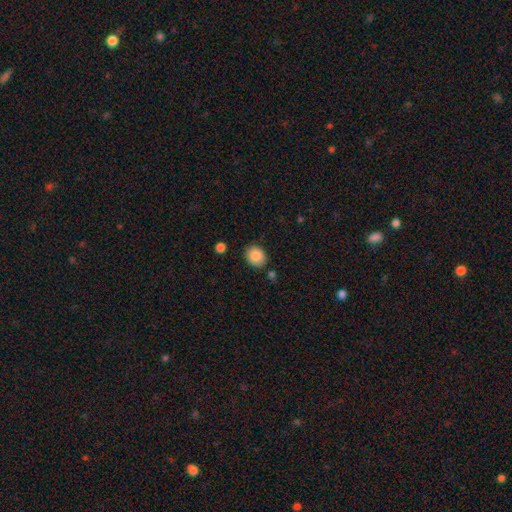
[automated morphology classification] This appears to be a smooth galaxy with no disk features (88%) that is round (67%). Merging: none (82%).